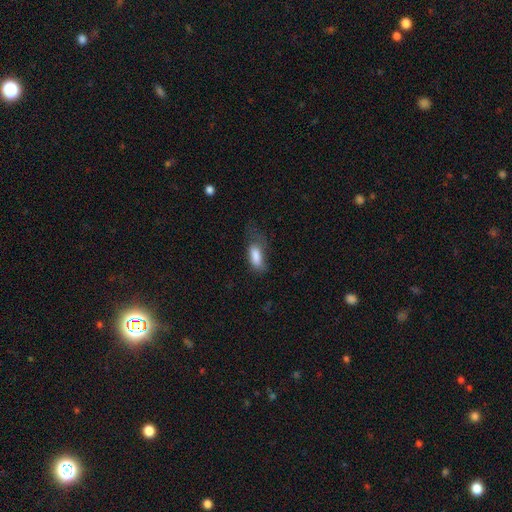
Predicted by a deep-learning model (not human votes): Smooth or featured? smooth (81%)
How rounded? in between (80%)
Merging? major disturbance (35%)